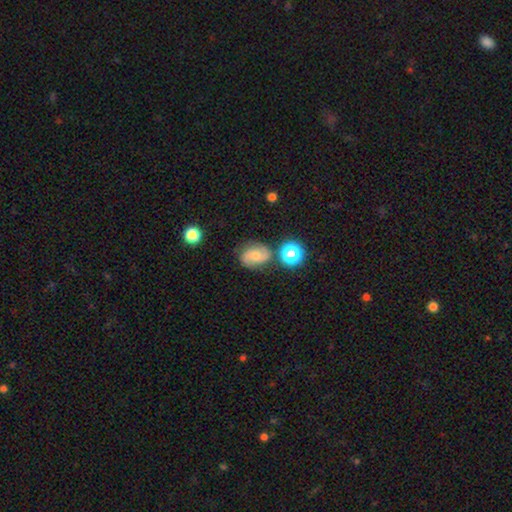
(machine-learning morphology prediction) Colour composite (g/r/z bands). It shows a featured or disk galaxy (49%). Merging: none (69%).